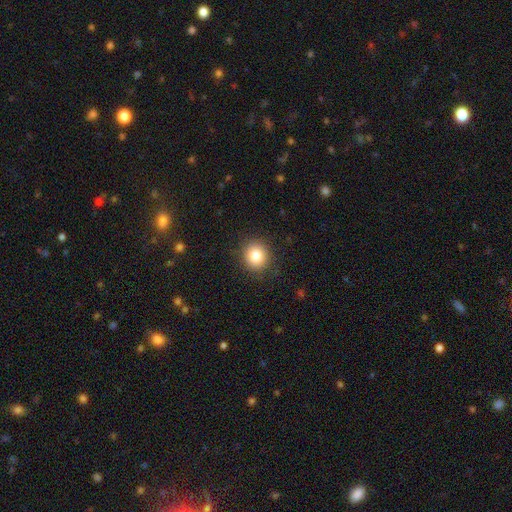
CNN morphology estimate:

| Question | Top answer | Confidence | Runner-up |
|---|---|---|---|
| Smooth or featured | smooth | 83% | star or artifact (10%) |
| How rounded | round | 85% | in between (14%) |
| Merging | none | 89% | minor disturbance (8%) |